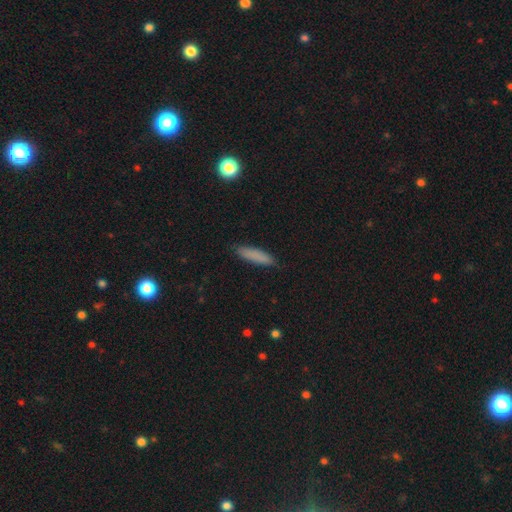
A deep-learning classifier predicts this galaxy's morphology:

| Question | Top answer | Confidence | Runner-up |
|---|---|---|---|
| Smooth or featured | smooth | 85% | featured or disk (8%) |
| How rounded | cigar-shaped | 77% | in between (21%) |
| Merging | none | 87% | minor disturbance (10%) |